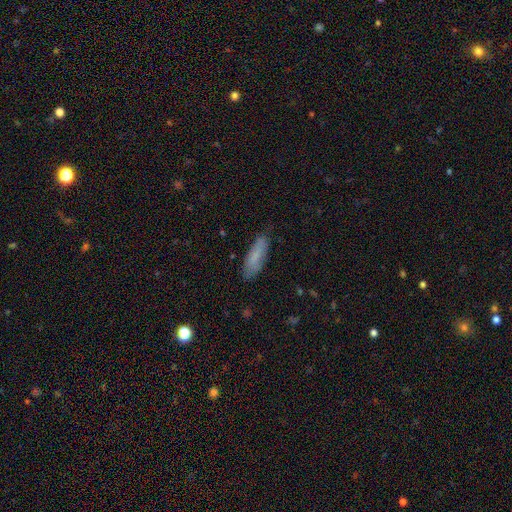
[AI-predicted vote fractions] A smooth galaxy with no disk features (77%) that is cigar-shaped (52%). Merging: none (82%).